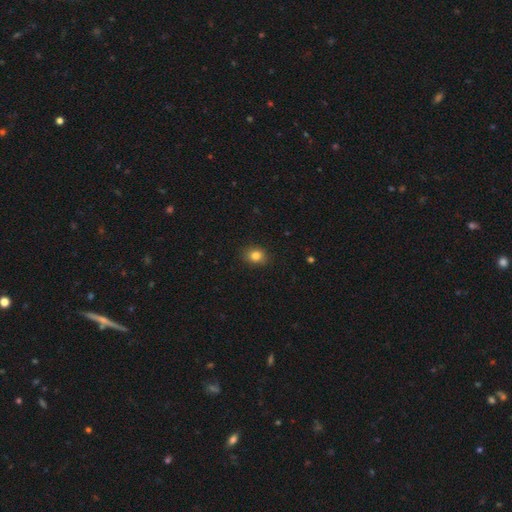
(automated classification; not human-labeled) Q: Smooth or featured?
A: smooth (83%); runner-up: star or artifact (11%)
Q: How rounded?
A: round (54%); runner-up: in between (45%)
Q: Merging?
A: none (88%); runner-up: minor disturbance (9%)